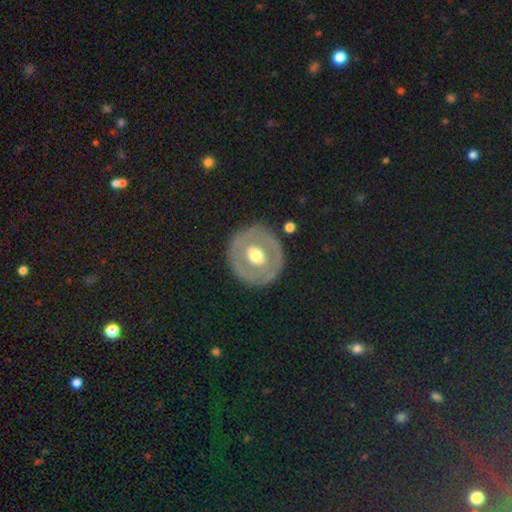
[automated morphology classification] type=featured or disk (56%); edge-on=no (94%); bar=no (67%); spiral arms=no (86%); bulge=moderate (73%); merging=none (83%).